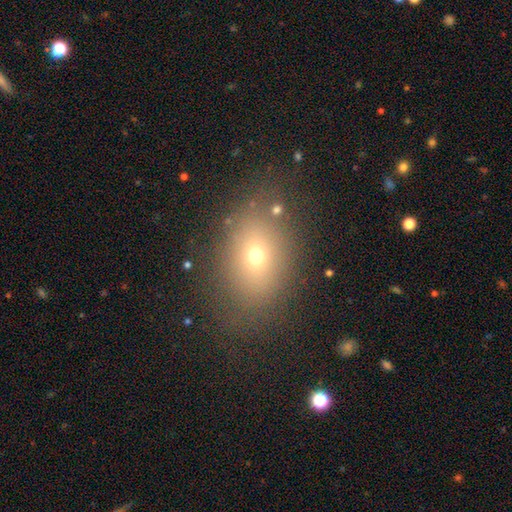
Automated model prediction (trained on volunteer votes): Smooth or featured?
  - smooth: 64% *
  - star or artifact: 20%
  - featured or disk: 17%
How rounded?
  - in between: 70% *
  - round: 28%
  - cigar-shaped: 2%
Merging?
  - none: 79% *
  - minor disturbance: 12%
  - major disturbance: 6%
  - merger: 3%